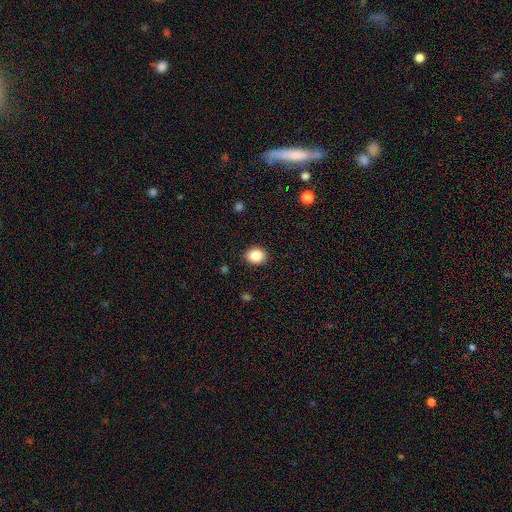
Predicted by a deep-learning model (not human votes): The model was most divided on "how rounded": round: 59%, in between: 40%, cigar-shaped: 1%. More confident: merging — none (89%); smooth or featured — smooth (87%).